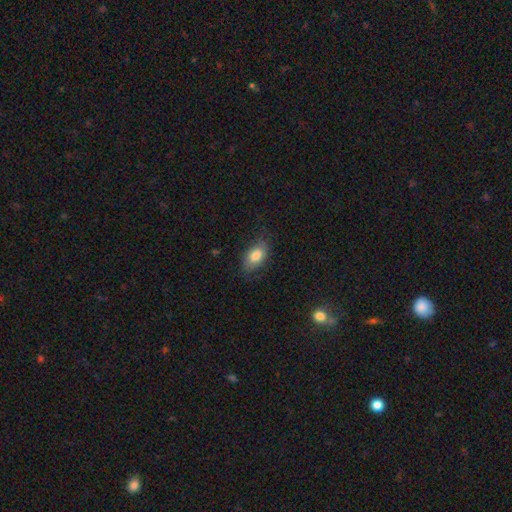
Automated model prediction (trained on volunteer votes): Overall: smooth (79%). How rounded: in between (90%). Merging: none (75%).